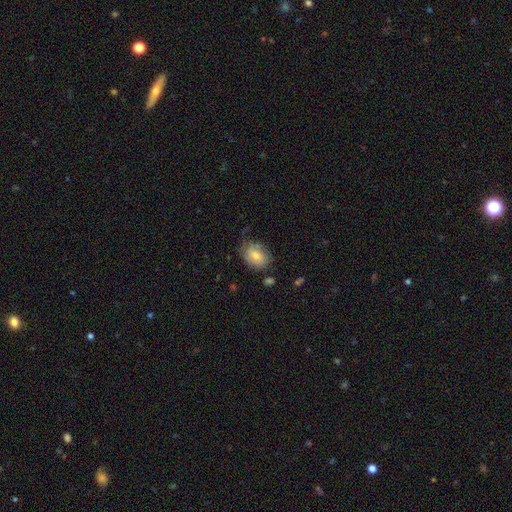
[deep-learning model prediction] smooth 75%, featured or disk 18%, star or artifact 7%. Down the decision tree: how rounded — in between (80%); merging — none (67%).